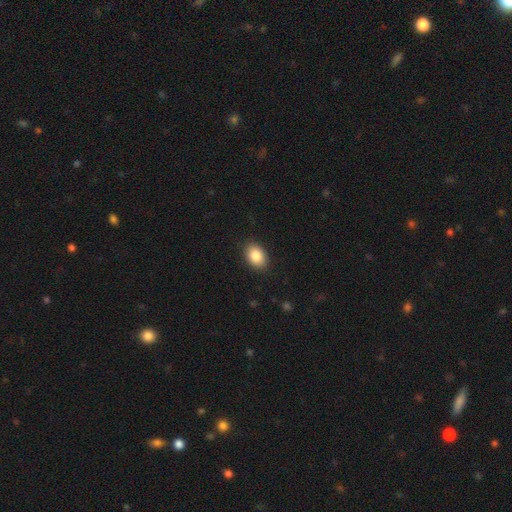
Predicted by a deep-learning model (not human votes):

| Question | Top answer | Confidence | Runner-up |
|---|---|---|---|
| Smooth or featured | smooth | 86% | star or artifact (8%) |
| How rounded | in between | 78% | round (21%) |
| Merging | none | 89% | minor disturbance (8%) |